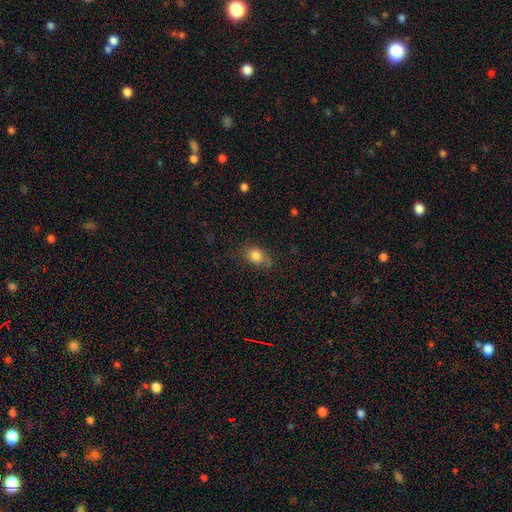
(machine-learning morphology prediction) This is clearly a smooth galaxy (80%). How rounded: possibly round (49%, tied with in between). Merging: likely none (66%).